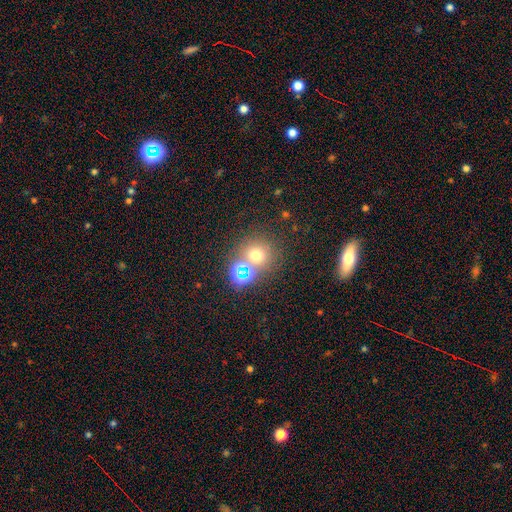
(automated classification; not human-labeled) smooth-or-featured: smooth: 63% | star or artifact: 27% | featured or disk: 10%
  how-rounded: round: 88% | in between: 11% | cigar-shaped: 1%
  merging: none: 65% | merger: 24% | minor disturbance: 8% | major disturbance: 4%